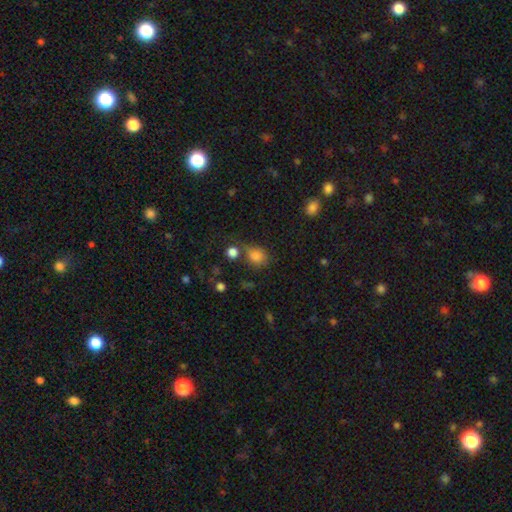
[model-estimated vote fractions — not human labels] smooth_or_featured: smooth (p=0.82) [alt: star or artifact p=0.12]
how_rounded: round (p=0.61) [alt: in between p=0.38]
merging: none (p=0.57) [alt: minor disturbance p=0.19]